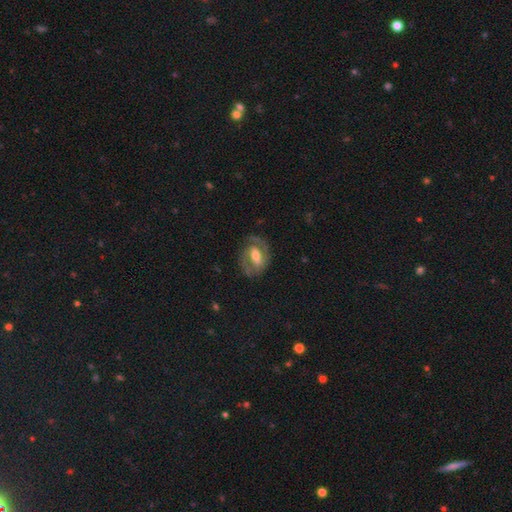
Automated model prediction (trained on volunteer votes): smooth-or-featured: featured or disk: 74% | smooth: 21% | star or artifact: 6%
  disk-edge-on: no: 96% | yes: 4%
    bar: weak: 42% | strong: 35% | no: 23%
    has-spiral-arms: yes: 84% | no: 16%
      spiral-winding: medium: 45% | tight: 40% | loose: 15%
      spiral-arm-count: 2: 77% | can't tell: 10% | 1: 8% | 3: 2% | 4: 1% | more than 4: 1%
    bulge-size: moderate: 60% | small: 21% | large: 15% | none: 2% | dominant: 1%
  merging: none: 69% | minor disturbance: 18% | major disturbance: 11% | merger: 1%